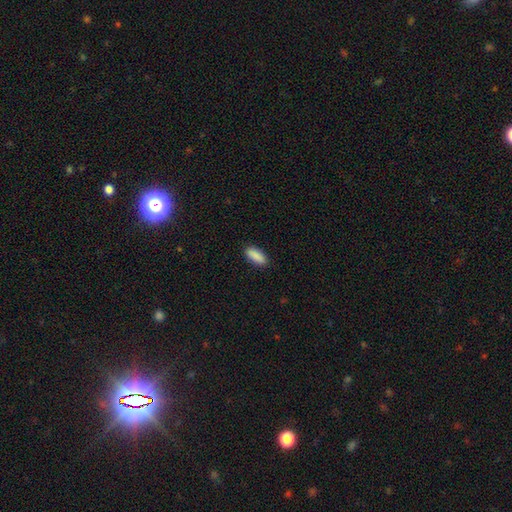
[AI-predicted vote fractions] Q: Smooth or featured?
A: smooth (90%); runner-up: star or artifact (6%)
Q: How rounded?
A: in between (79%); runner-up: cigar-shaped (19%)
Q: Merging?
A: none (88%); runner-up: minor disturbance (9%)